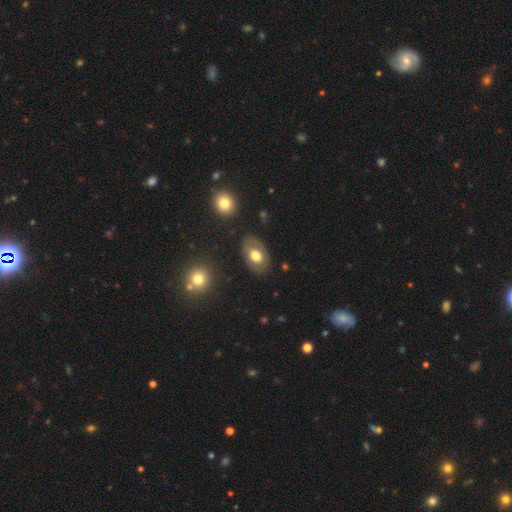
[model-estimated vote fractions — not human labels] This is possibly a smooth galaxy (59%). How rounded: clearly in between (86%). Merging: likely none (79%).